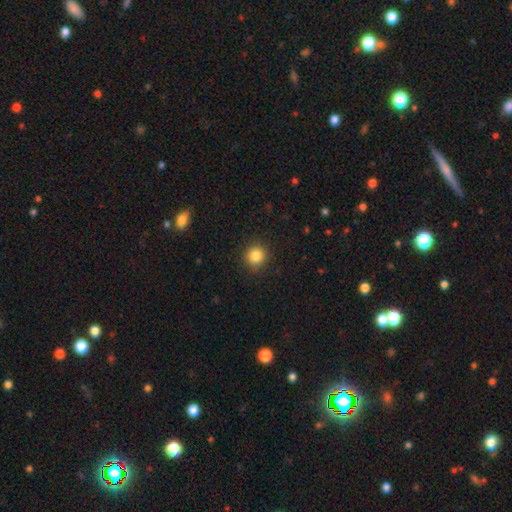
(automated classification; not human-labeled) A smooth galaxy with no disk features (85%) that is round (92%). Merging: none (90%).